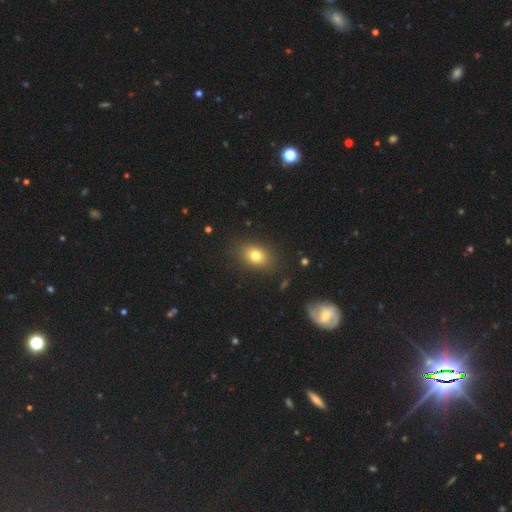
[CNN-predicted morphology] This is likely a smooth galaxy (78%). How rounded: likely in between (70%). Merging: clearly none (86%).